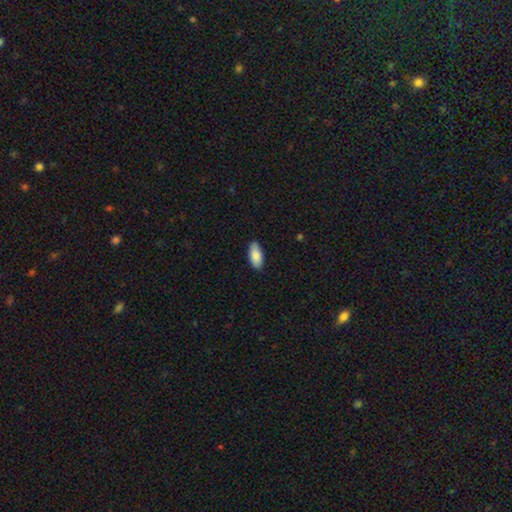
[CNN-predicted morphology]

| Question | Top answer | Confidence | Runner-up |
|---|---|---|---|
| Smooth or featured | smooth | 86% | featured or disk (8%) |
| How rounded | in between | 89% | cigar-shaped (9%) |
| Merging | none | 86% | minor disturbance (11%) |